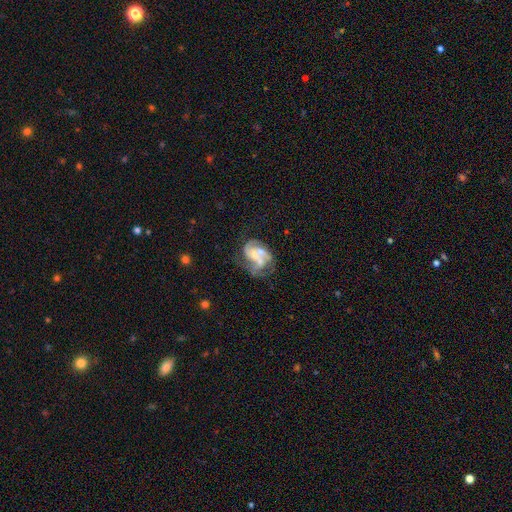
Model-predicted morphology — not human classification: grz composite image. It shows a featured or disk galaxy (72%) with no bar (64%), spiral arms (70%) and a small central bulge (41%). Merging: merger (34%).